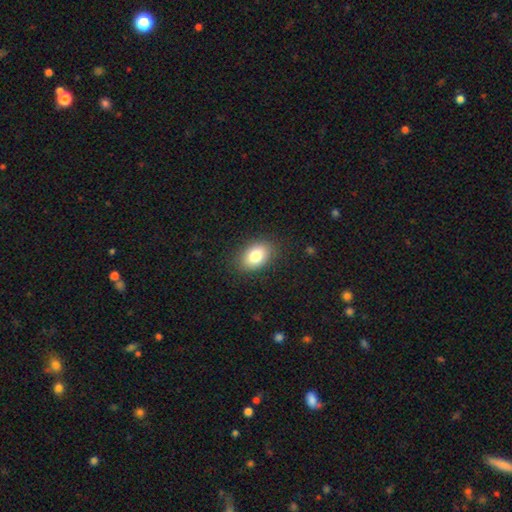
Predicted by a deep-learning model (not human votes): A smooth galaxy with no disk features (81%) that is in between round and cigar-shaped (84%). Merging: none (86%).